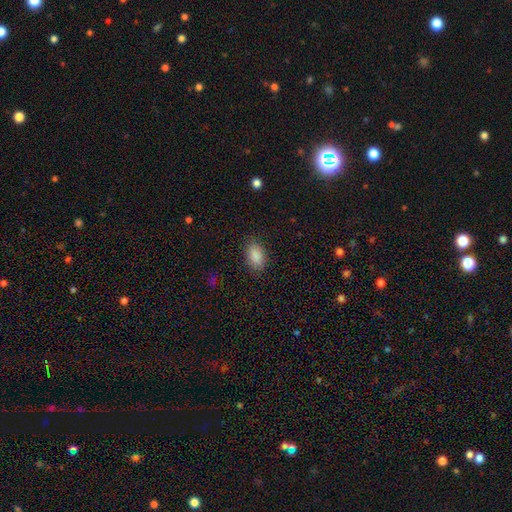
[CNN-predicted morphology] Overall: smooth (88%). How rounded: in between (90%). Merging: none (85%).